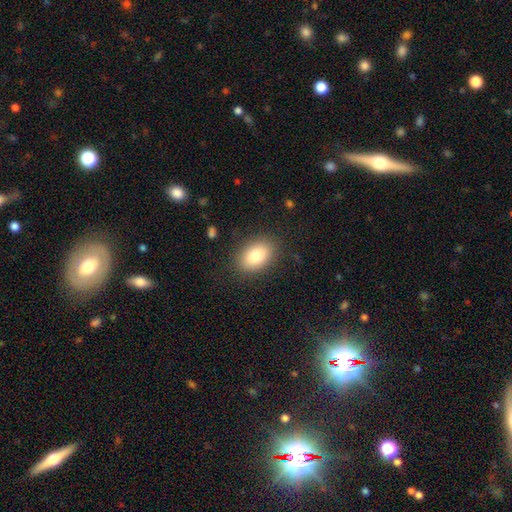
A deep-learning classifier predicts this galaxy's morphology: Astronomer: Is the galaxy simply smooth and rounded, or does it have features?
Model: smooth — 81%.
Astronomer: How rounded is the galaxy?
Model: in between — 84%.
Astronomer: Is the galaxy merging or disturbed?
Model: none — 86%.